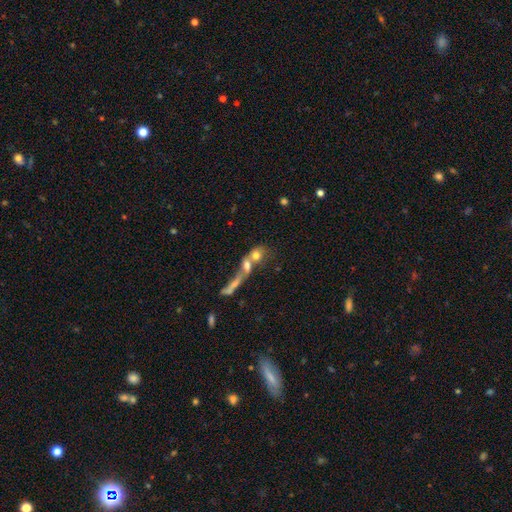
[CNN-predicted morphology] Smooth or featured?
  - smooth: 63% *
  - featured or disk: 24%
  - star or artifact: 12%
How rounded?
  - round: 50% *
  - in between: 37%
  - cigar-shaped: 13%
Merging?
  - merger: 67% *
  - none: 18%
  - major disturbance: 9%
  - minor disturbance: 6%